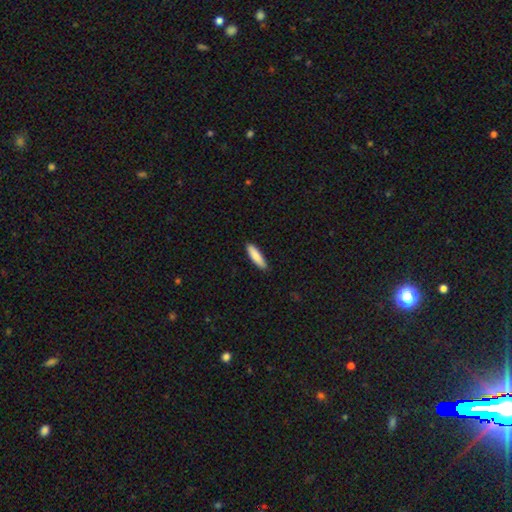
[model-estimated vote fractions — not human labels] This is clearly a smooth galaxy (86%). How rounded: likely cigar-shaped (69%). Merging: clearly none (88%).